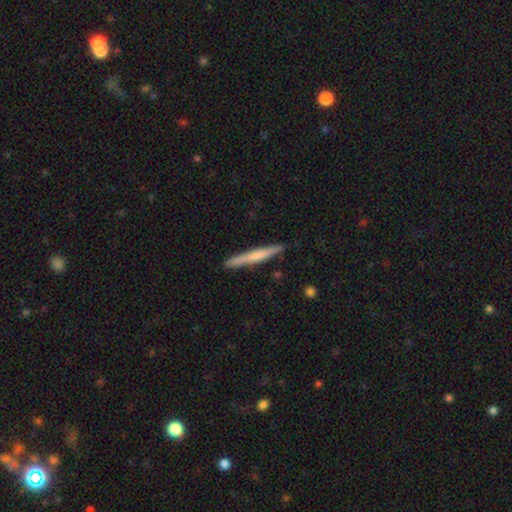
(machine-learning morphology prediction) Smooth or featured? smooth (53%)
How rounded? cigar-shaped (96%)
Merging? none (90%)